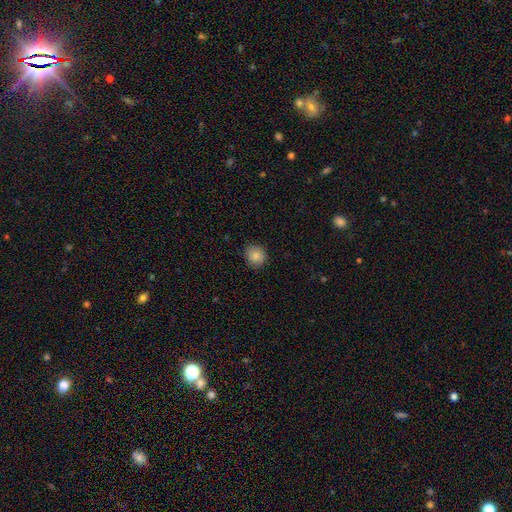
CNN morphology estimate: This appears to be a smooth galaxy with no disk features (85%) that is round (83%). Merging: none (87%).